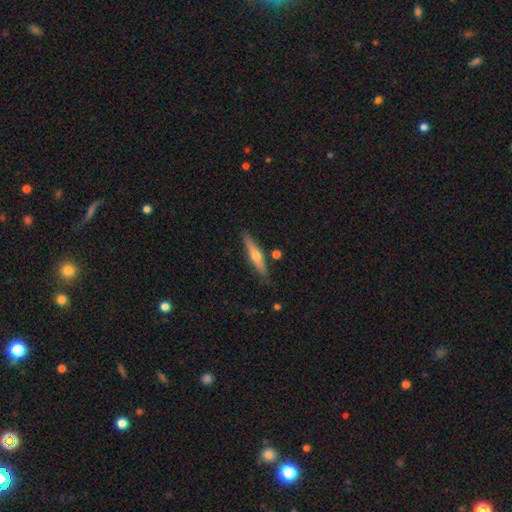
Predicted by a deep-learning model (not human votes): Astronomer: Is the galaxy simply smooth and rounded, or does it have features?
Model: featured or disk — 55% (runner-up: smooth, 39%).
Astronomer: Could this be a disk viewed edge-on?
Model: yes — 94%.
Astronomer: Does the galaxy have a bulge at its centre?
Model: rounded — 88%.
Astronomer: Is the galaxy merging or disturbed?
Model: none — 84%.